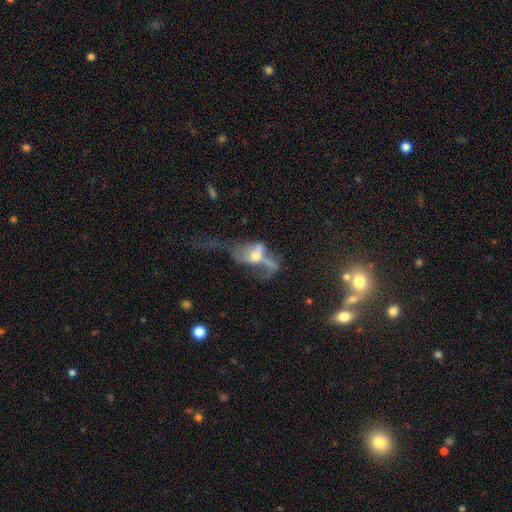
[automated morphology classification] Smooth or featured? Predicted: featured or disk (p=0.59). Edge-on disk? Predicted: no (p=0.90). Bar? Predicted: no (p=0.70). Spiral arms? Predicted: no (p=0.62). Bulge size? Predicted: moderate (p=0.63). Merging? Predicted: major disturbance (p=0.47).